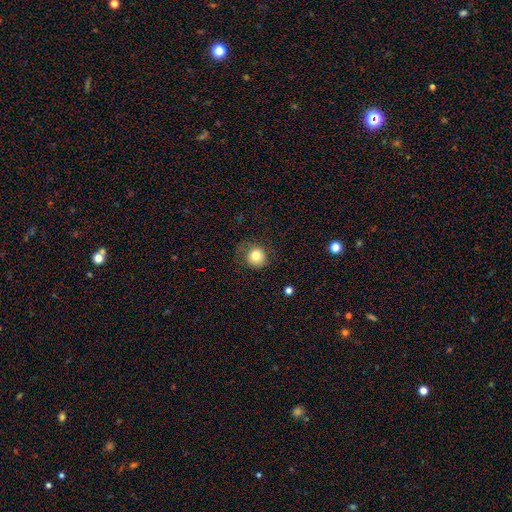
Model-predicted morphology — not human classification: A smooth galaxy with no disk features (81%) that is round (91%).

Vote fractions:
- Smooth or featured? smooth: 81% / star or artifact: 10% / featured or disk: 8%
- How rounded? round: 91% / in between: 8% / cigar-shaped: 1%
- Merging? none: 73% / minor disturbance: 17% / major disturbance: 9% / merger: 1%